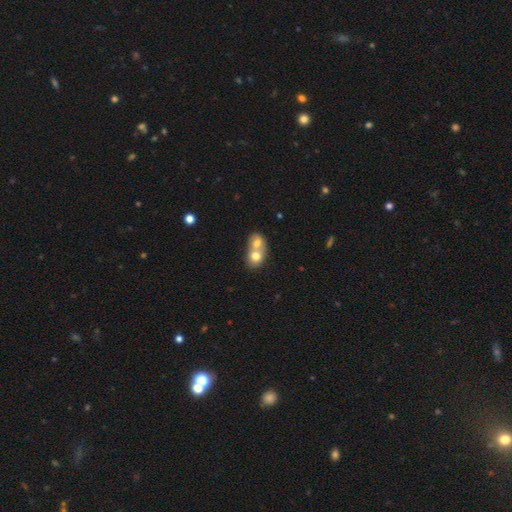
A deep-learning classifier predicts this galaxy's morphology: The model was most divided on "how rounded": round: 57%, in between: 42%, cigar-shaped: 1%. More confident: merging — merger (77%); smooth or featured — smooth (70%).